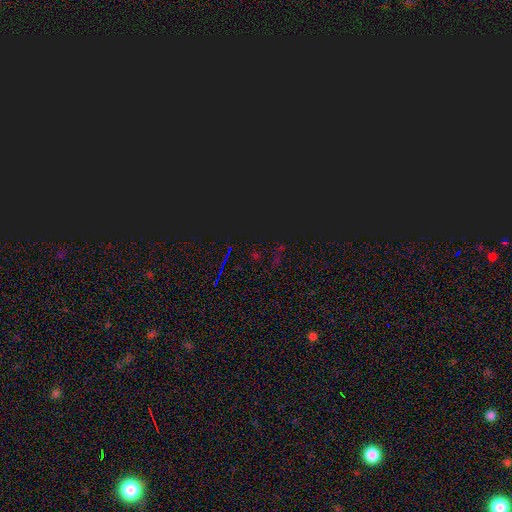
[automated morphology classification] Smooth or featured?
  - star or artifact: 79% *
  - smooth: 13%
  - featured or disk: 8%